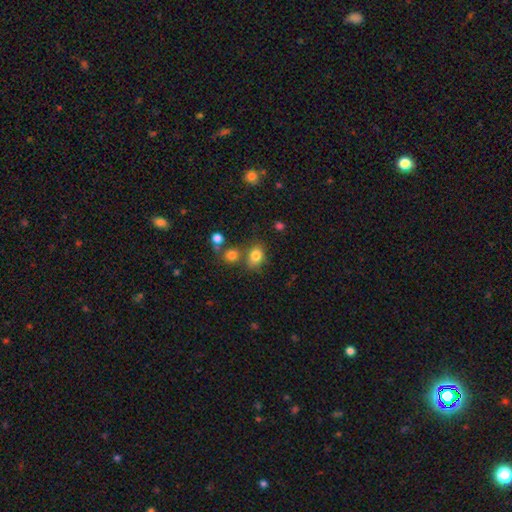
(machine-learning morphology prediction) Smooth or featured? Predicted: smooth (p=0.80). How rounded? Predicted: in between (p=0.58). Merging? Predicted: none (p=0.64).